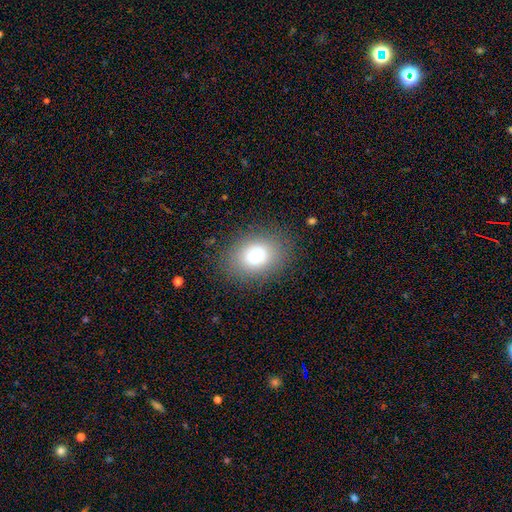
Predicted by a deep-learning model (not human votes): Overall: smooth (70%). How rounded: in between (58%; round 41%). Merging: none (78%).